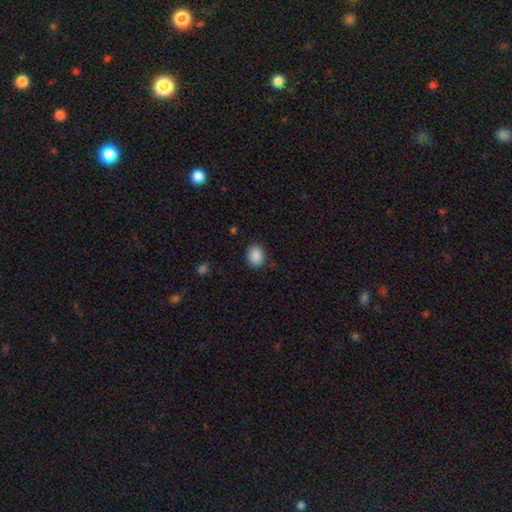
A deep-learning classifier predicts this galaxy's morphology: Smooth or featured: smooth — 89% (star or artifact — 8%)
How rounded: round — 50% (tied with in between — 50%)
Merging: none — 86% (minor disturbance — 10%)